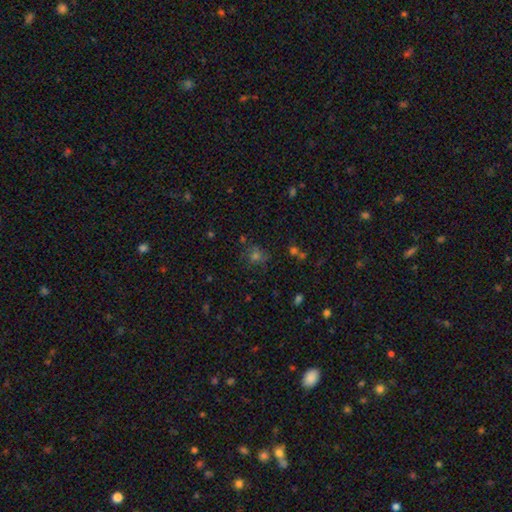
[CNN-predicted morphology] The model was most divided on "smooth or featured": smooth: 51%, star or artifact: 37%, featured or disk: 11%. More confident: how rounded — round (82%); merging — none (74%).